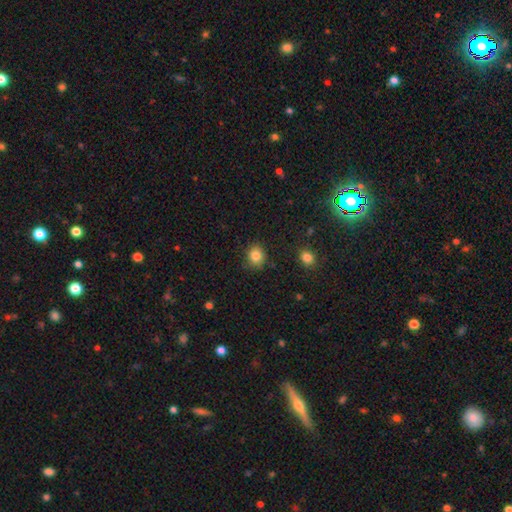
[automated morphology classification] smooth_or_featured: smooth (p=0.84) [alt: star or artifact p=0.10]
how_rounded: round (p=0.73) [alt: in between p=0.26]
merging: none (p=0.84) [alt: minor disturbance p=0.11]